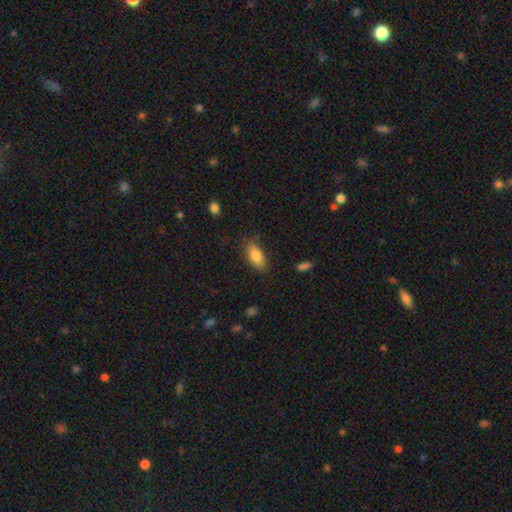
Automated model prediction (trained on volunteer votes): Smooth or featured: smooth — 82% (featured or disk — 11%)
How rounded: in between — 85% (cigar-shaped — 12%)
Merging: none — 79% (minor disturbance — 16%)